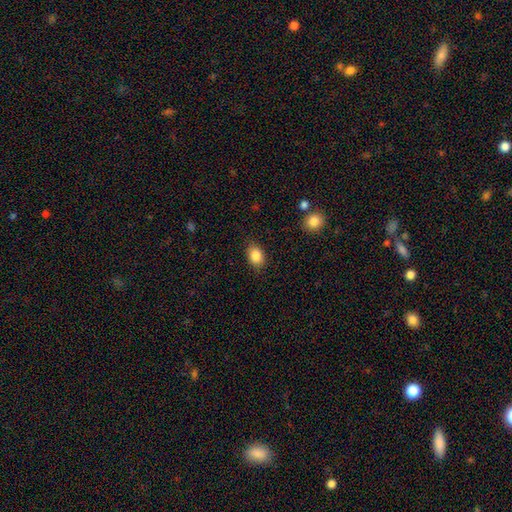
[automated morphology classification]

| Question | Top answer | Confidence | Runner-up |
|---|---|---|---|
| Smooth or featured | smooth | 85% | star or artifact (9%) |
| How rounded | in between | 76% | round (23%) |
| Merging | none | 85% | minor disturbance (11%) |